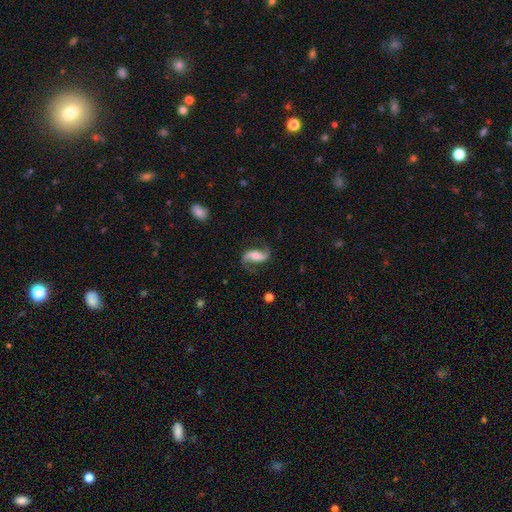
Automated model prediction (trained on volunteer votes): This appears to be a featured or disk galaxy (81%) with no bar (37%), 2 (92%) loose (72%) spiral arms (95%) and a moderate central bulge (52%). Merging: none (76%).